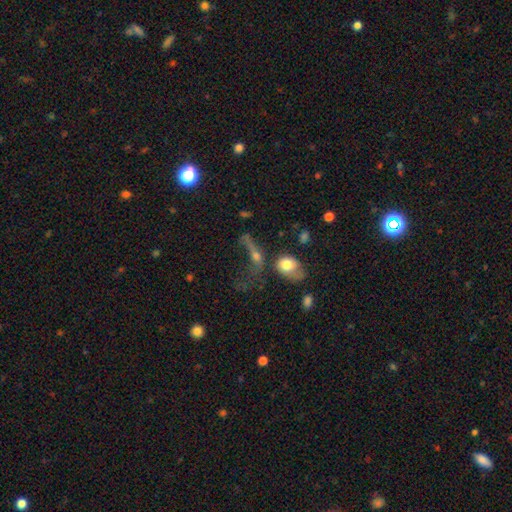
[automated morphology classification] smooth 48%, featured or disk 35%, star or artifact 17%. Down the decision tree: merging — major disturbance (45%).